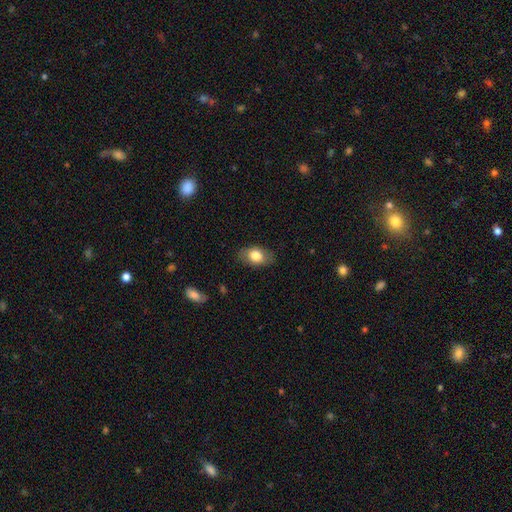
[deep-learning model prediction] Overall: smooth (77%). How rounded: in between (88%). Merging: none (83%).